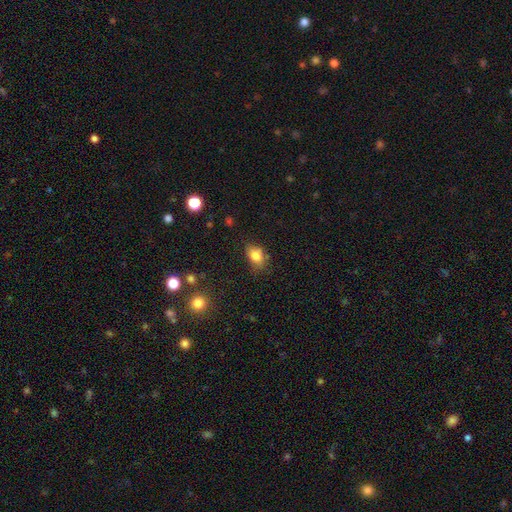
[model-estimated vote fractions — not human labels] Overall: smooth (80%). How rounded: in between (74%). Merging: none (60%; minor disturbance 29%).